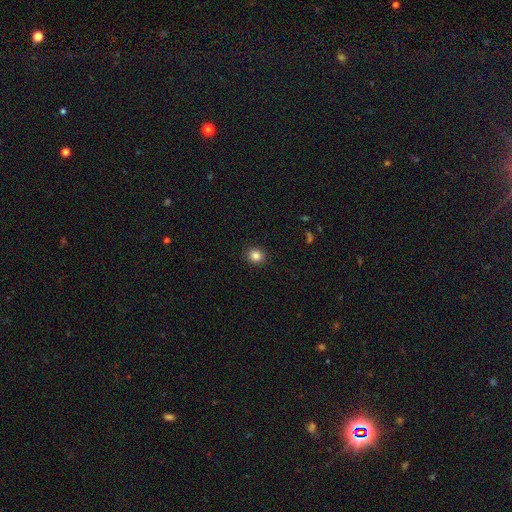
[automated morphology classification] Smooth or featured?
  - smooth: 85% *
  - star or artifact: 11%
  - featured or disk: 5%
How rounded?
  - round: 81% *
  - in between: 19%
  - cigar-shaped: 1%
Merging?
  - none: 91% *
  - minor disturbance: 6%
  - major disturbance: 2%
  - merger: 1%